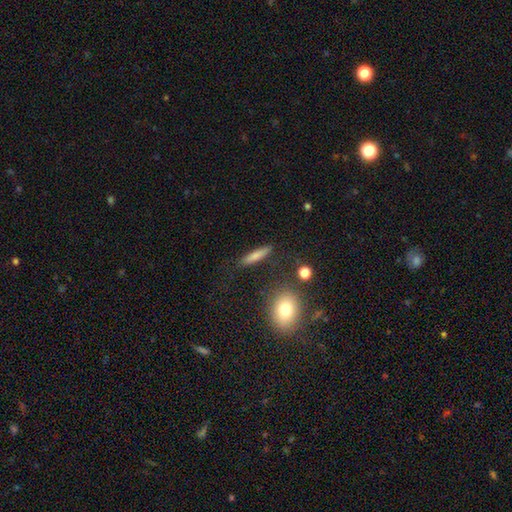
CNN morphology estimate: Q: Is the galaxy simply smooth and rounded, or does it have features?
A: smooth — 77%.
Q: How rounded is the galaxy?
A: cigar-shaped — 82%.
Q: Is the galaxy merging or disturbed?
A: none — 86%.